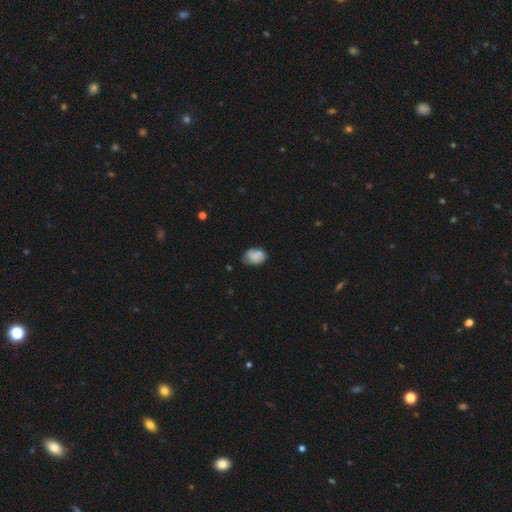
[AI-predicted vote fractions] Smooth or featured?
  - smooth: 73% *
  - featured or disk: 18%
  - star or artifact: 9%
How rounded?
  - in between: 77% *
  - round: 22%
  - cigar-shaped: 1%
Merging?
  - none: 52% *
  - minor disturbance: 31%
  - merger: 9%
  - major disturbance: 8%